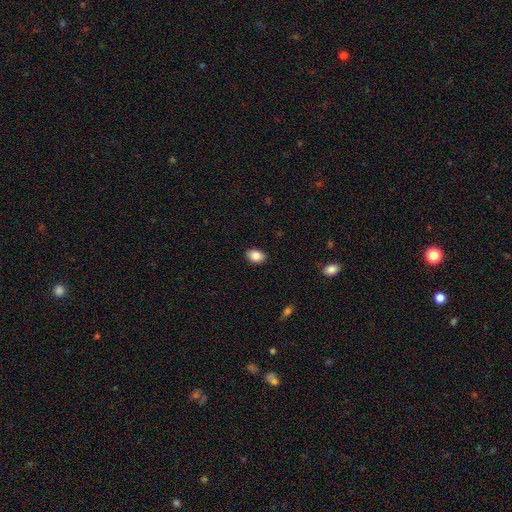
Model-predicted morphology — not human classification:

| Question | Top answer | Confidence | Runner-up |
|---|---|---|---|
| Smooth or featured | smooth | 87% | star or artifact (8%) |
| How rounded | in between | 81% | round (17%) |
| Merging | none | 89% | minor disturbance (8%) |